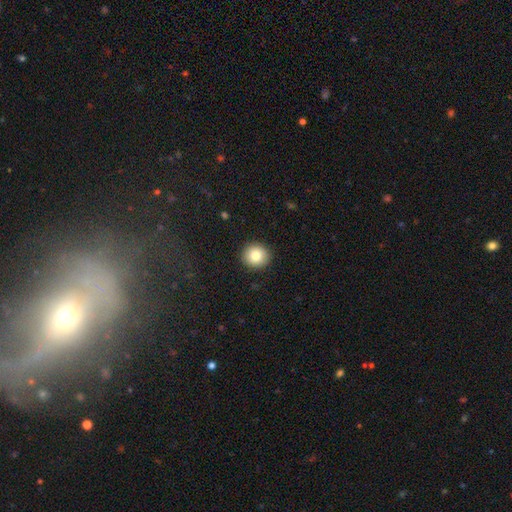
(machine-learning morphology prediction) type=smooth (83%); roundness=round (89%); merging=none (92%).